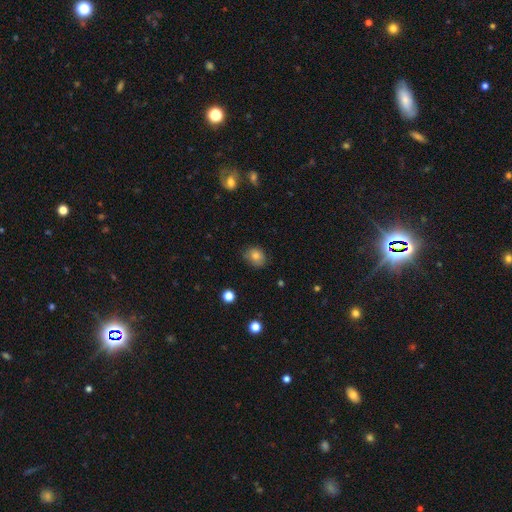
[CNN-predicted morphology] Smooth or featured? Predicted: smooth (p=0.80). How rounded? Predicted: round (p=0.52). Merging? Predicted: none (p=0.72).